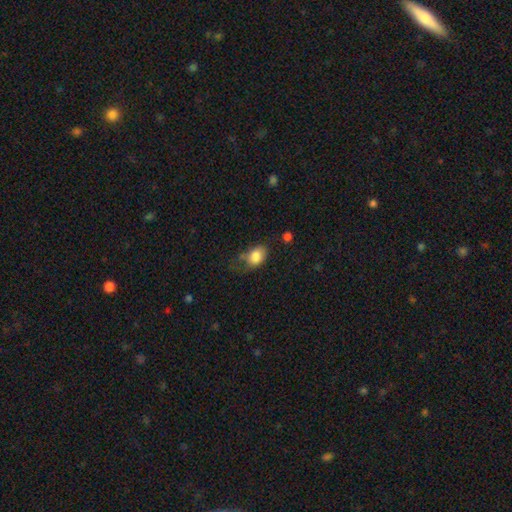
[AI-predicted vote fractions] Morphology: type=smooth (83%); roundness=in between (72%); merging=none (45%).